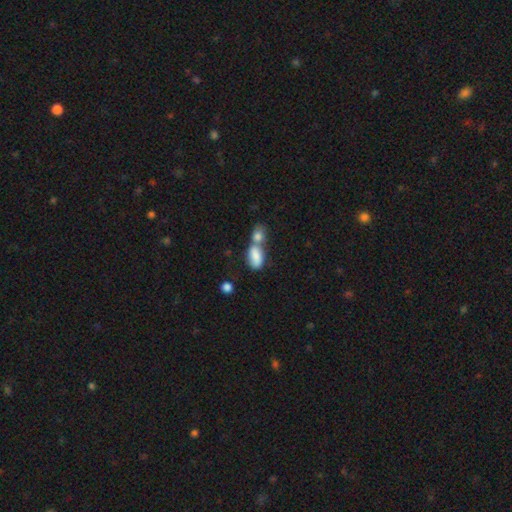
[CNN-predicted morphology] A smooth galaxy with no disk features (81%) that is in between round and cigar-shaped (88%).

Vote fractions:
- Smooth or featured? smooth: 81% / featured or disk: 12% / star or artifact: 7%
- How rounded? in between: 88% / round: 7% / cigar-shaped: 5%
- Merging? merger: 65% / none: 21% / minor disturbance: 9% / major disturbance: 5%